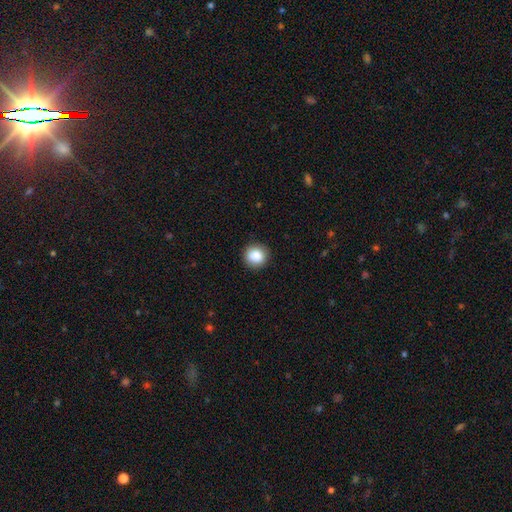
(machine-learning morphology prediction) smooth-or-featured: smooth: 87% | star or artifact: 9% | featured or disk: 4%
  how-rounded: round: 89% | in between: 10% | cigar-shaped: 1%
  merging: none: 88% | minor disturbance: 8% | major disturbance: 2% | merger: 1%